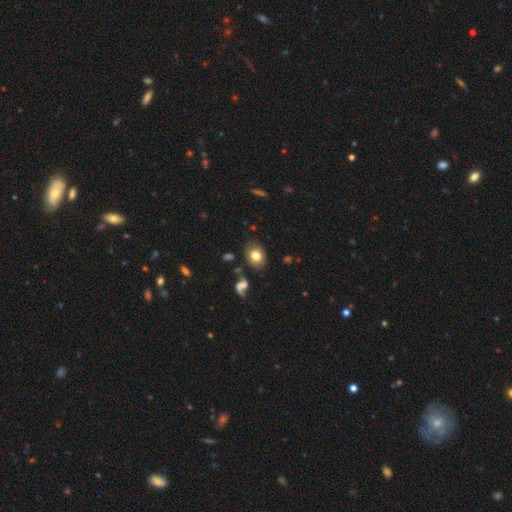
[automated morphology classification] Overall: smooth (75%). How rounded: in between (59%; round 40%). Merging: none (77%).